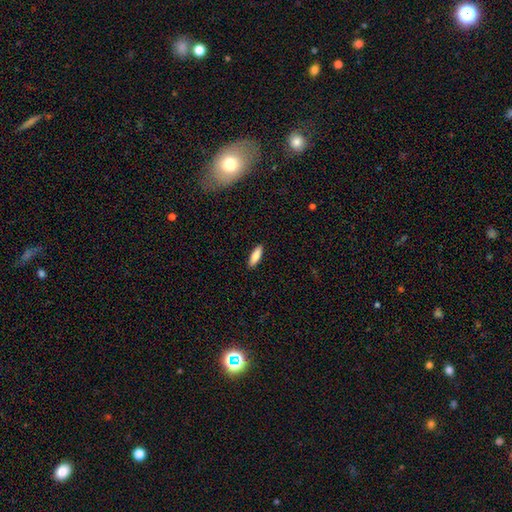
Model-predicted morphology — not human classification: smooth-or-featured: smooth: 85% | featured or disk: 9% | star or artifact: 6%
  how-rounded: in between: 51% | cigar-shaped: 47% | round: 2%
  merging: none: 90% | minor disturbance: 7% | major disturbance: 2% | merger: 1%